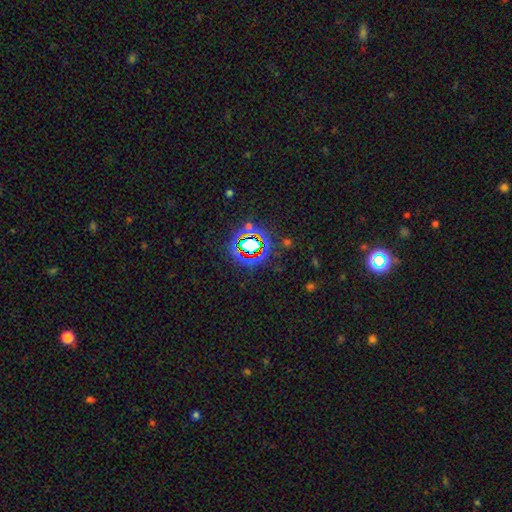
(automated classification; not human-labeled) This is likely a star or artifact rather than a galaxy (74%).